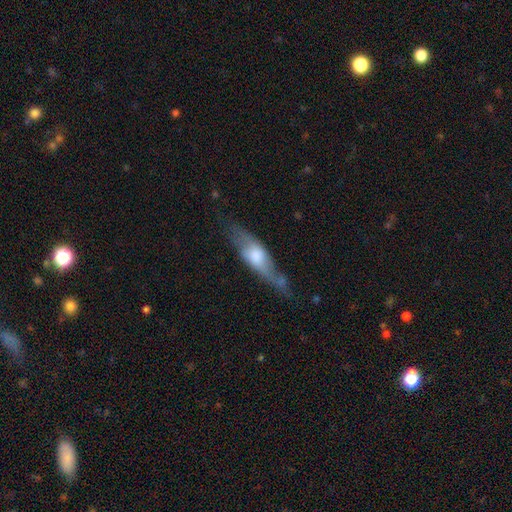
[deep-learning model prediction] Smooth or featured? Predicted: featured or disk (p=0.53). Edge-on disk? Predicted: yes (p=0.65). Merging? Predicted: none (p=0.60).